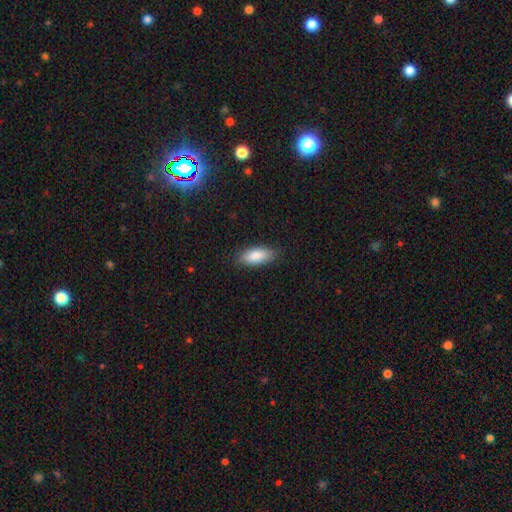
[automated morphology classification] A smooth galaxy with no disk features (86%) that is in between round and cigar-shaped (84%).

Vote fractions:
- Smooth or featured? smooth: 86% / featured or disk: 8% / star or artifact: 6%
- How rounded? in between: 84% / cigar-shaped: 14% / round: 2%
- Merging? none: 85% / minor disturbance: 12% / major disturbance: 2% / merger: 1%